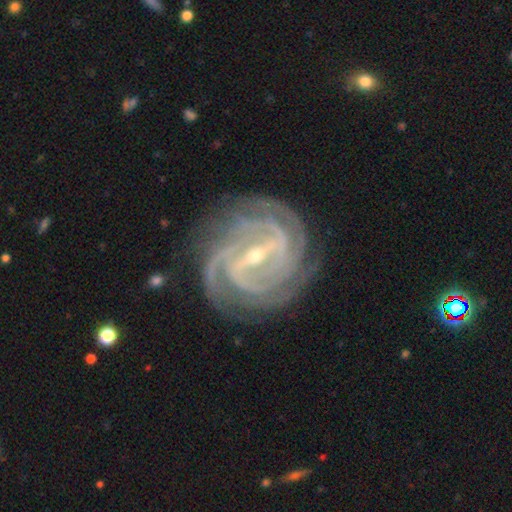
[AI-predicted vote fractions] Q: Smooth or featured?
A: featured or disk (94%); runner-up: star or artifact (4%)
Q: Edge-on disk?
A: no (97%); runner-up: yes (3%)
Q: Bar?
A: strong (65%); runner-up: weak (28%)
Q: Spiral arms?
A: yes (99%); runner-up: no (1%)
Q: Spiral winding?
A: tight (75%); runner-up: medium (22%)
Q: Spiral arm count?
A: 4 (40%); runner-up: 3 (21%)
Q: Bulge size?
A: small (67%); runner-up: moderate (30%)
Q: Merging?
A: none (82%); runner-up: minor disturbance (12%)